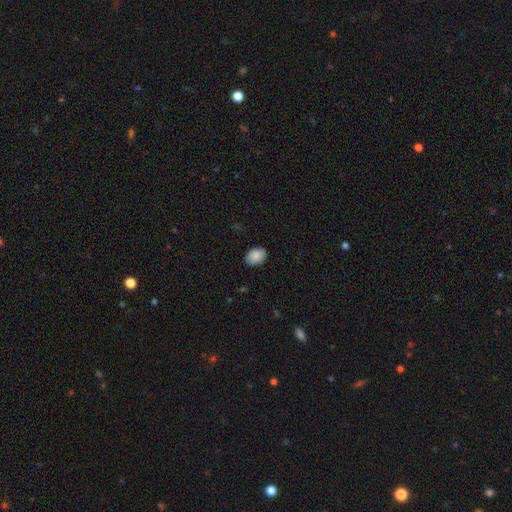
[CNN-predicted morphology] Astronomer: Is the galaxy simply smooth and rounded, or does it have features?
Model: smooth — 88%.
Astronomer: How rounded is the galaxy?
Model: in between — 77%.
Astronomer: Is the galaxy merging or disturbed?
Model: none — 88%.